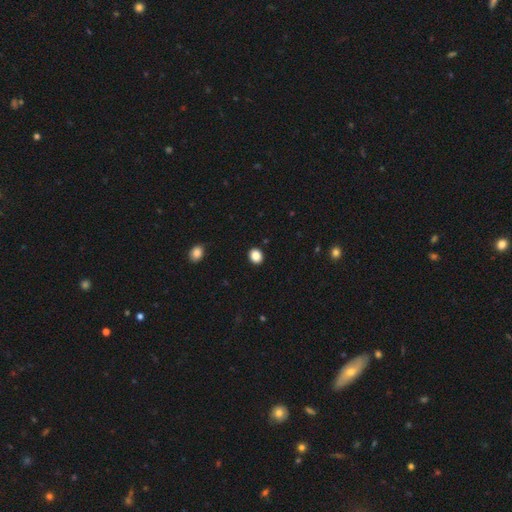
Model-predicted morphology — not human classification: This appears to be a smooth galaxy with no disk features (87%) that is round (61%). Merging: none (92%).